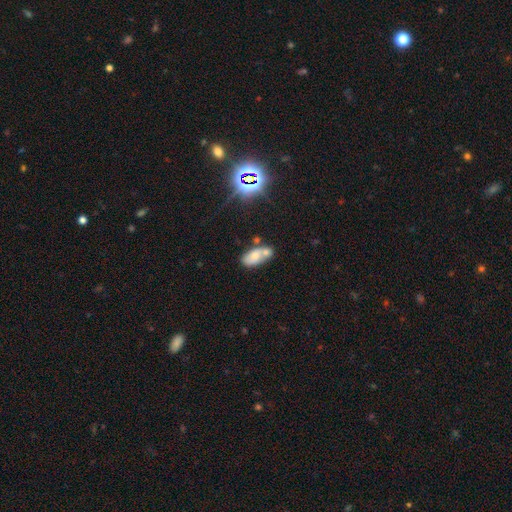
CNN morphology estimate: Smooth or featured? Predicted: smooth (p=0.60). How rounded? Predicted: in between (p=0.89). Merging? Predicted: merger (p=0.41).